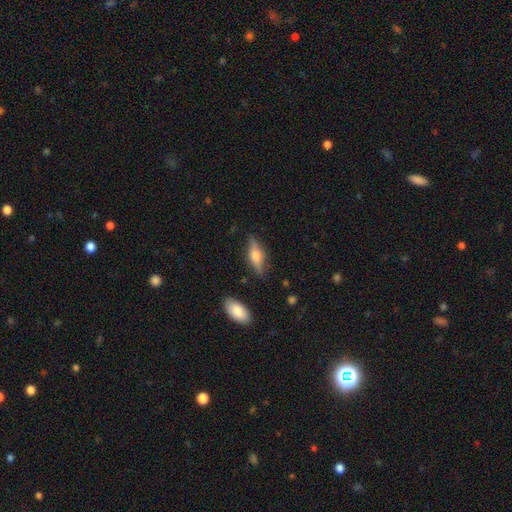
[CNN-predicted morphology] Smooth or featured? featured or disk (50%)
Merging? none (79%)